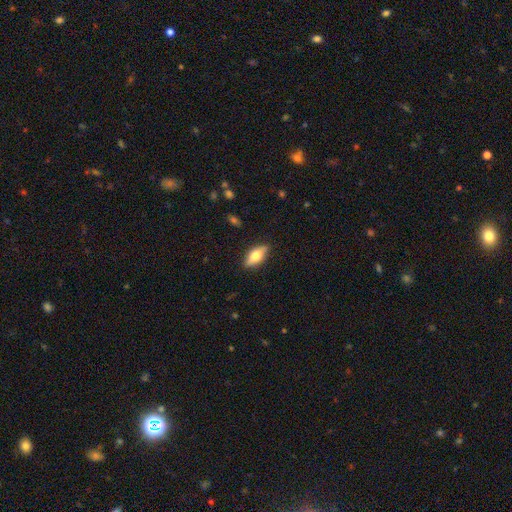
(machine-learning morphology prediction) This is likely a smooth galaxy (65%). How rounded: clearly in between (82%). Merging: clearly none (86%).